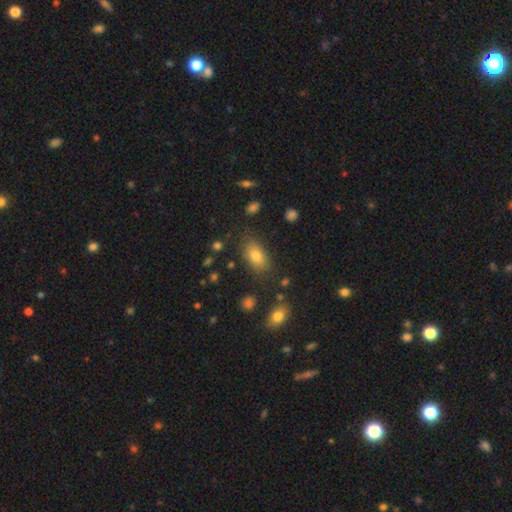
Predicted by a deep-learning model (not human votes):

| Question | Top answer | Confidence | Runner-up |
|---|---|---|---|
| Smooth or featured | smooth | 79% | star or artifact (10%) |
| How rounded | in between | 89% | round (6%) |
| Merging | none | 80% | minor disturbance (13%) |